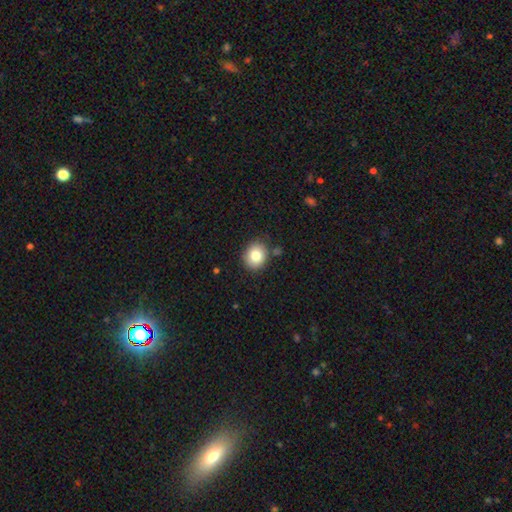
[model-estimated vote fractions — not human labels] A smooth galaxy with no disk features (82%) that is round (68%).

Vote fractions:
- Smooth or featured? smooth: 82% / star or artifact: 9% / featured or disk: 9%
- How rounded? round: 68% / in between: 31% / cigar-shaped: 1%
- Merging? none: 82% / minor disturbance: 11% / merger: 4% / major disturbance: 3%